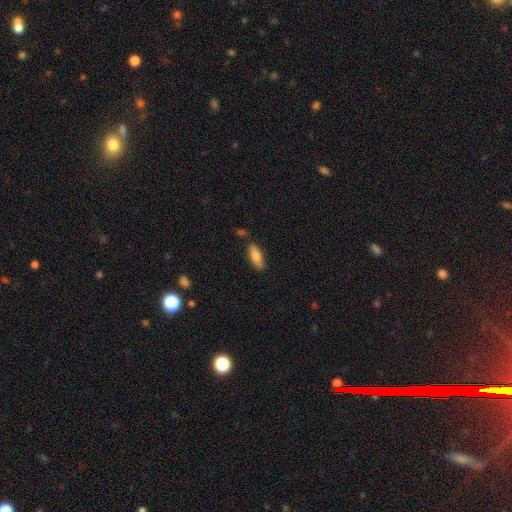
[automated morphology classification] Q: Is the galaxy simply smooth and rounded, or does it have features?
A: smooth — 80%.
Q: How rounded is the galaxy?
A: in between — 60%.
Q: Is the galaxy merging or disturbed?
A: none — 80%.